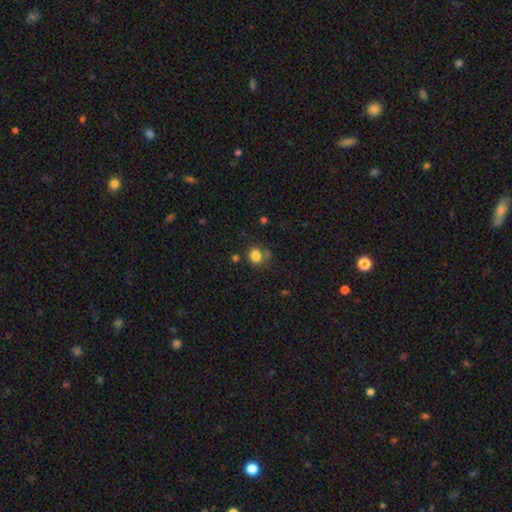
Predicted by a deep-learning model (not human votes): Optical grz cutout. It shows a smooth galaxy with no disk features (82%) that is round (65%). Merging: none (64%).